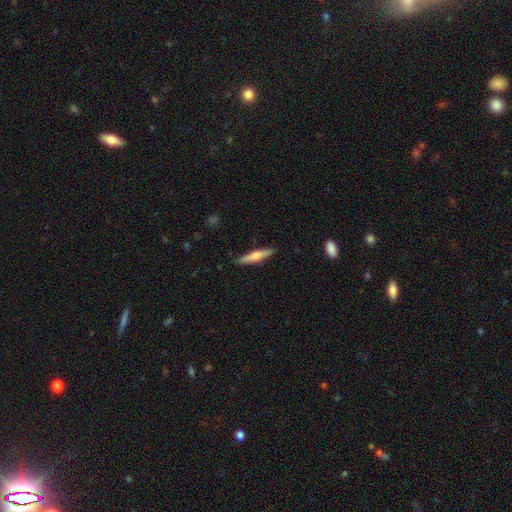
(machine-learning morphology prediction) A smooth galaxy with no disk features (56%) that is cigar-shaped (88%).

Vote fractions:
- Smooth or featured? smooth: 56% / featured or disk: 39% / star or artifact: 6%
- How rounded? cigar-shaped: 88% / in between: 10% / round: 2%
- Merging? none: 88% / minor disturbance: 9% / major disturbance: 2% / merger: 1%